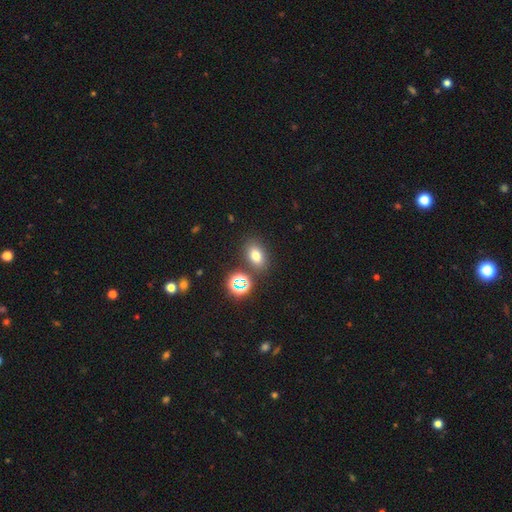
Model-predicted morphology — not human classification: This appears to be a smooth galaxy with no disk features (70%) that is in between round and cigar-shaped (73%). Merging: none (79%).